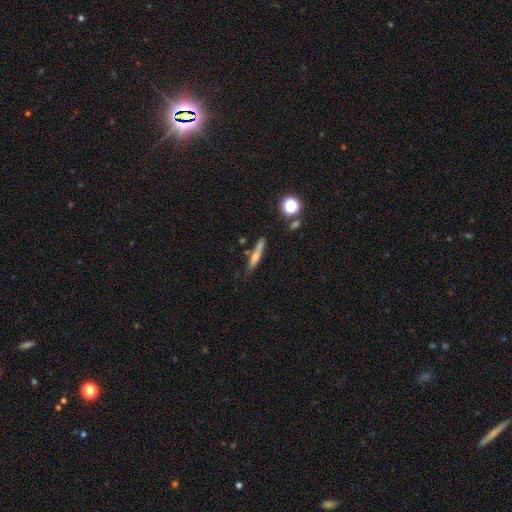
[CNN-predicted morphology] Smooth or featured?
  - smooth: 62% *
  - featured or disk: 29%
  - star or artifact: 9%
How rounded?
  - cigar-shaped: 87% *
  - in between: 10%
  - round: 3%
Merging?
  - none: 68% *
  - minor disturbance: 19%
  - merger: 8%
  - major disturbance: 5%